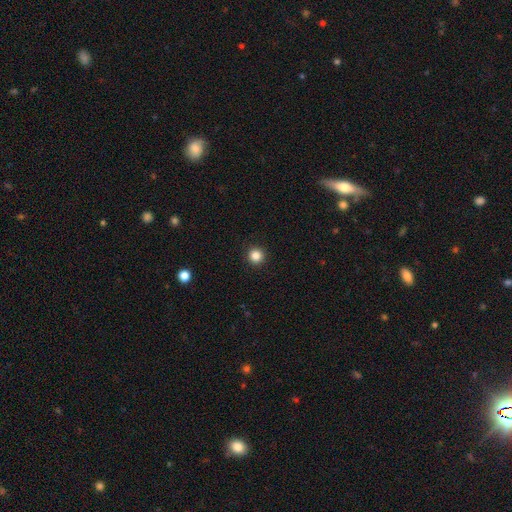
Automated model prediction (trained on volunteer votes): A smooth galaxy with no disk features (84%) that is round (96%).

Vote fractions:
- Smooth or featured? smooth: 84% / star or artifact: 12% / featured or disk: 4%
- How rounded? round: 96% / in between: 3% / cigar-shaped: 1%
- Merging? none: 93% / minor disturbance: 4% / major disturbance: 2% / merger: 1%